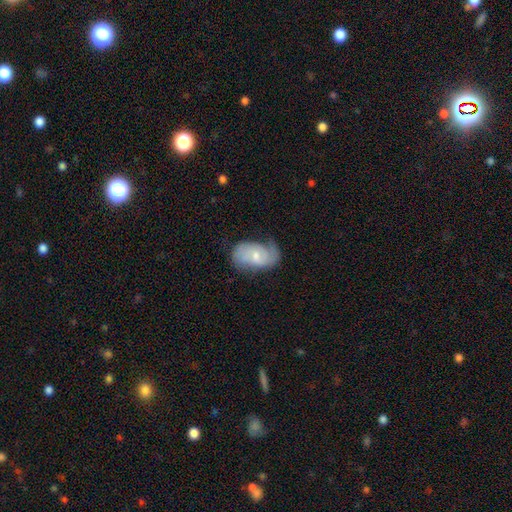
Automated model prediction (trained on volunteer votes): featured or disk 62%, smooth 31%, star or artifact 7%. Down the decision tree: edge-on disk — no (96%); bar — no (52%); spiral arms — yes (86%); spiral arm count — 2 (66%); spiral winding — medium (42%); bulge size — small (51%); merging — none (57%).